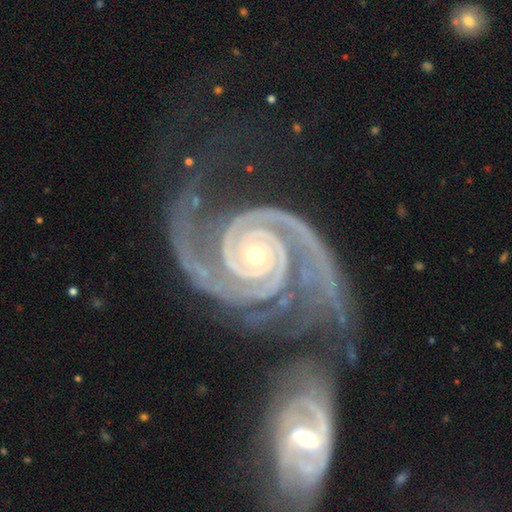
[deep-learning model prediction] Smooth or featured: featured or disk — 95% (star or artifact — 3%)
Edge-on disk: no — 98% (yes — 2%)
Bar: no — 67% (weak — 19%)
Spiral arms: yes — 99% (no — 1%)
Spiral winding: tight — 73% (medium — 24%)
Spiral arm count: 2 — 85% (3 — 6%)
Bulge size: small — 59% (moderate — 37%)
Merging: merger — 43% (none — 30%)